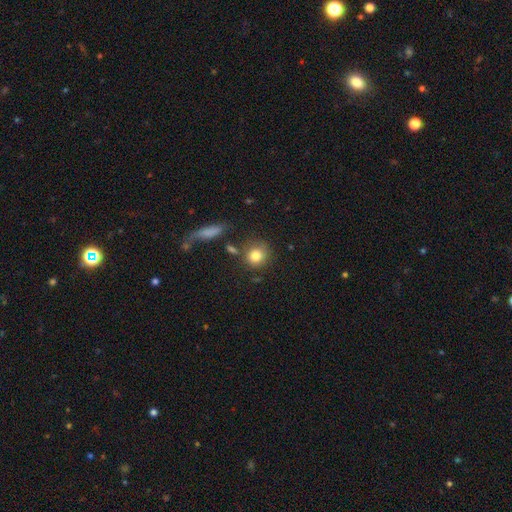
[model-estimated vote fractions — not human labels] Overall: smooth (83%). How rounded: round (84%). Merging: none (71%).